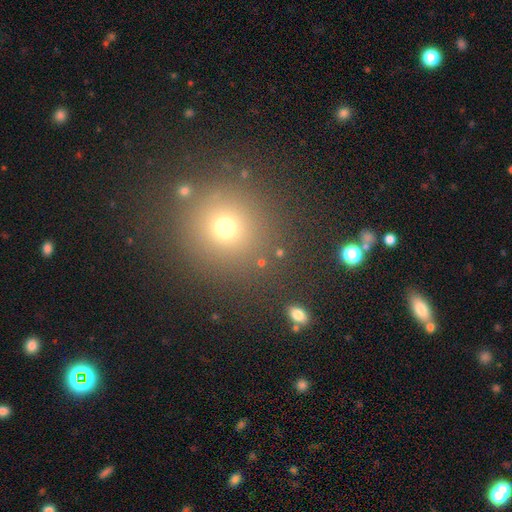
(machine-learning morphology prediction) This is possibly a smooth galaxy (59%). How rounded: clearly round (92%). Merging: clearly none (88%).